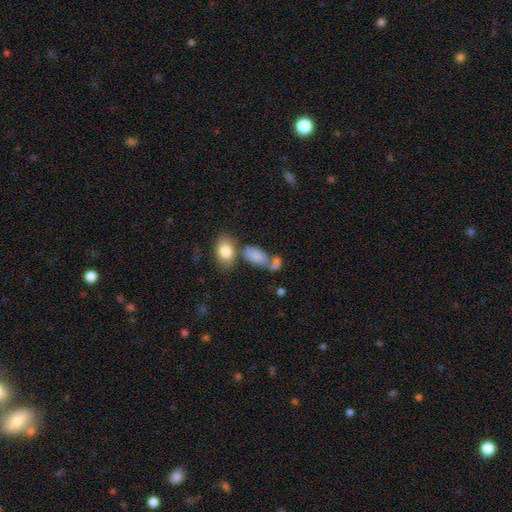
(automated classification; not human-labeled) A smooth galaxy with no disk features (80%) that is in between round and cigar-shaped (90%).

Vote fractions:
- Smooth or featured? smooth: 80% / featured or disk: 11% / star or artifact: 8%
- How rounded? in between: 90% / round: 6% / cigar-shaped: 4%
- Merging? none: 44% / merger: 32% / minor disturbance: 16% / major disturbance: 8%